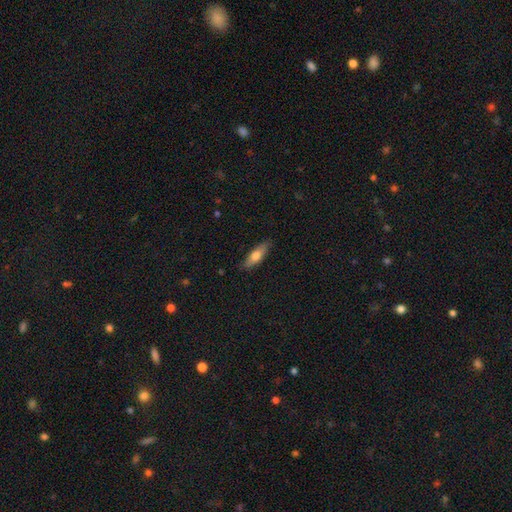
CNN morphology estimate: A smooth galaxy with no disk features (65%) that is cigar-shaped (50%). Merging: none (84%).